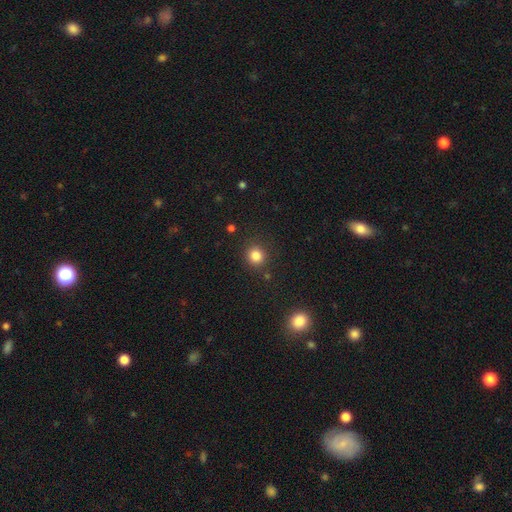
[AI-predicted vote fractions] smooth 83%, star or artifact 12%, featured or disk 5%. Down the decision tree: how rounded — round (88%); merging — none (87%).